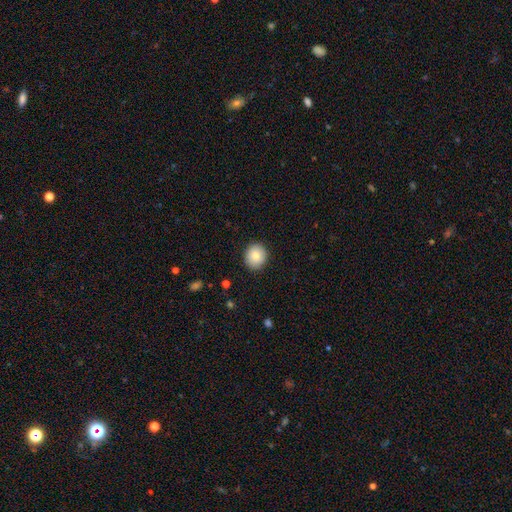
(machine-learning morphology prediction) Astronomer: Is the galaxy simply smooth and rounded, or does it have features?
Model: smooth — 84%.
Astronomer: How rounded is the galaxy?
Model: round — 72%.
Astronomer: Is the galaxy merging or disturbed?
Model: none — 89%.